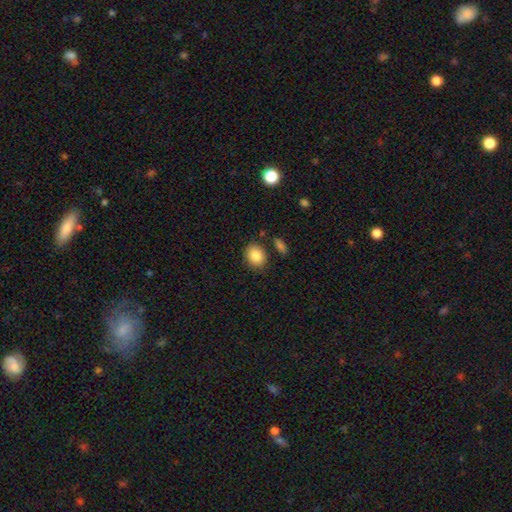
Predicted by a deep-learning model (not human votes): Overall: smooth (87%). How rounded: in between (56%; round 43%). Merging: none (78%).